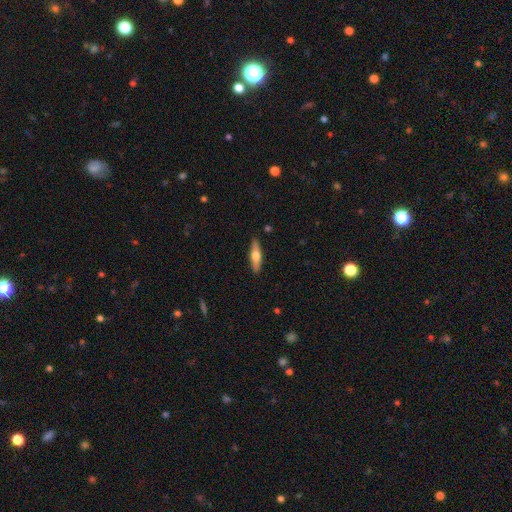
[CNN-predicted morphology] smooth 48%, featured or disk 46%, star or artifact 5%. Down the decision tree: merging — none (90%).